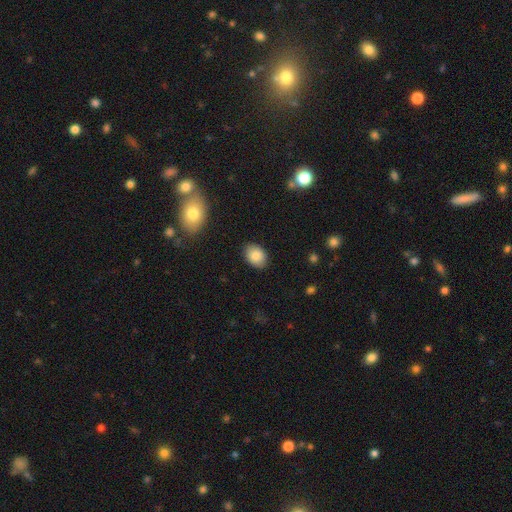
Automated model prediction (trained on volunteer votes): This appears to be a smooth galaxy with no disk features (86%) that is in between round and cigar-shaped (78%). Merging: none (88%).